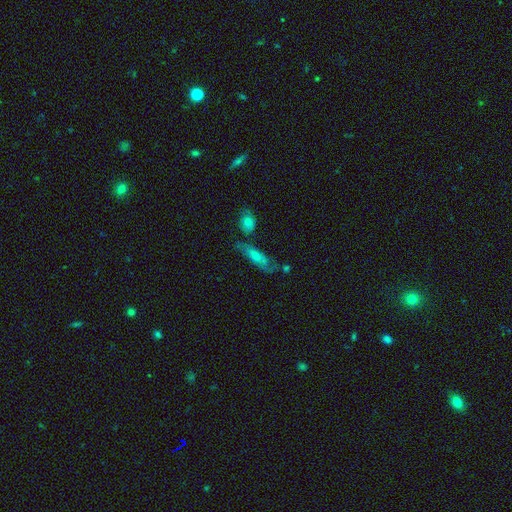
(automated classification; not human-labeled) A featured or disk galaxy (49%).

Vote fractions:
- Smooth or featured? featured or disk: 49% / smooth: 39% / star or artifact: 12%
- Merging? none: 54% / minor disturbance: 20% / merger: 14% / major disturbance: 12%